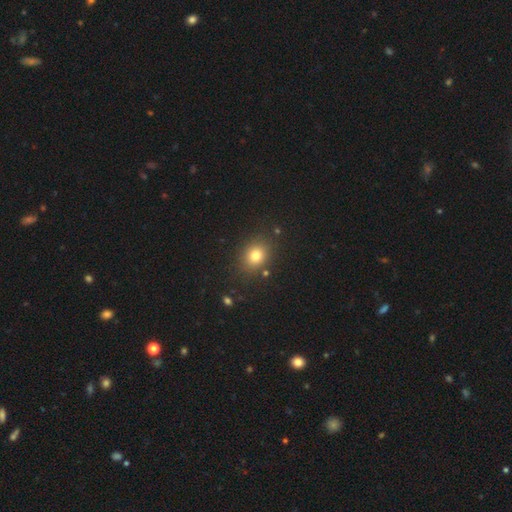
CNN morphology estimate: The model was most divided on "how rounded": round: 59%, in between: 40%, cigar-shaped: 1%. More confident: merging — none (85%); smooth or featured — smooth (77%).